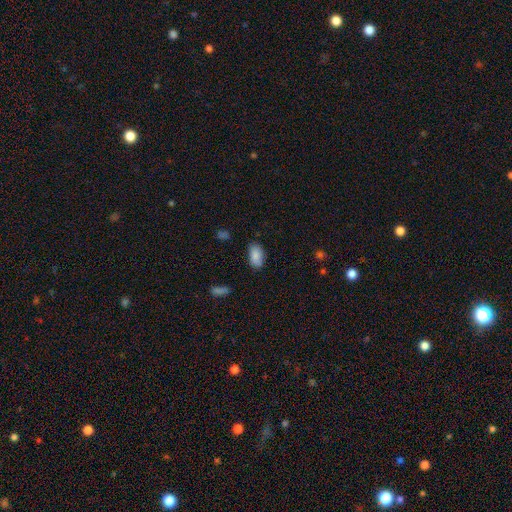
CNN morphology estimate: smooth-or-featured: smooth: 87% | star or artifact: 7% | featured or disk: 5%
  how-rounded: in between: 94% | round: 4% | cigar-shaped: 3%
  merging: none: 78% | minor disturbance: 17% | major disturbance: 3% | merger: 2%